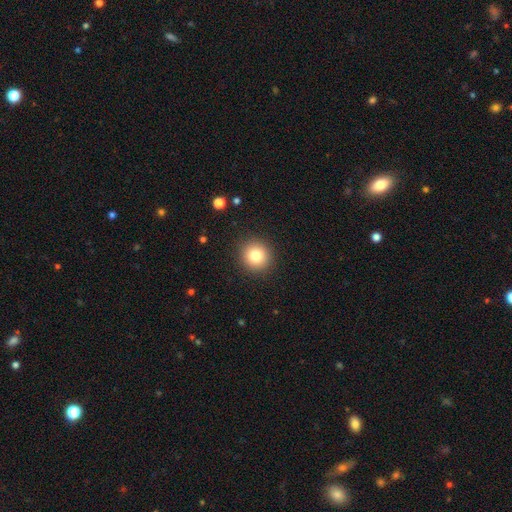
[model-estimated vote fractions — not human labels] smooth_or_featured: smooth (p=0.81) [alt: star or artifact p=0.11]
how_rounded: round (p=0.93) [alt: in between p=0.06]
merging: none (p=0.91) [alt: minor disturbance p=0.06]